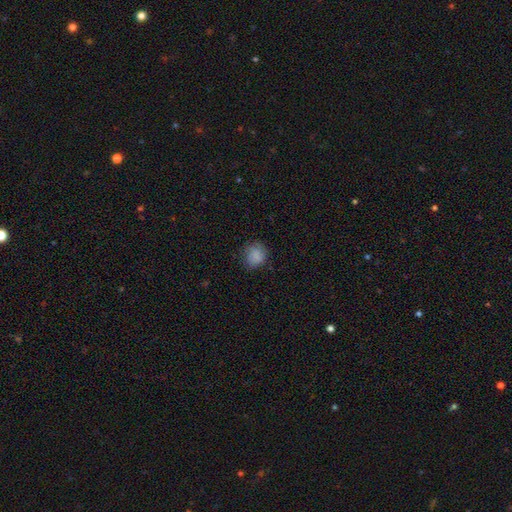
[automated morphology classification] Smooth or featured? smooth (81%)
How rounded? round (75%)
Merging? none (73%)